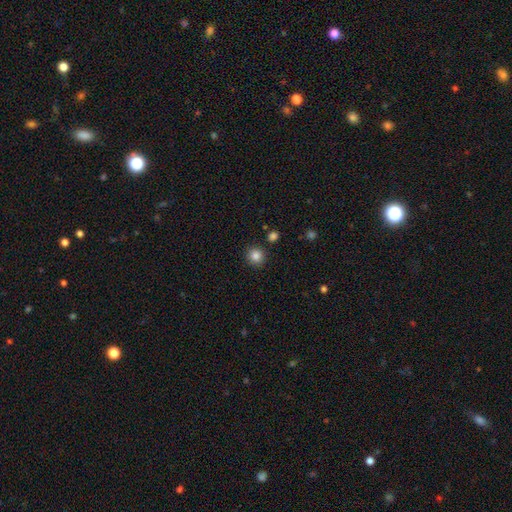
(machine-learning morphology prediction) smooth-or-featured: smooth: 85% | star or artifact: 11% | featured or disk: 4%
  how-rounded: round: 93% | in between: 6% | cigar-shaped: 1%
  merging: none: 90% | minor disturbance: 6% | merger: 3% | major disturbance: 2%